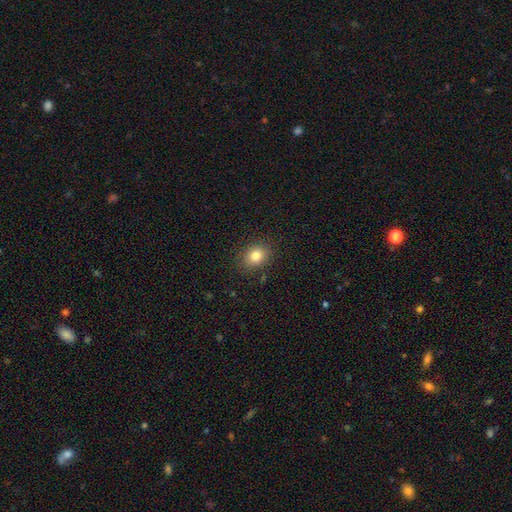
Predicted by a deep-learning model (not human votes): smooth-or-featured: smooth: 81% | star or artifact: 11% | featured or disk: 8%
  how-rounded: in between: 55% | round: 44% | cigar-shaped: 1%
  merging: none: 87% | minor disturbance: 9% | major disturbance: 3% | merger: 1%